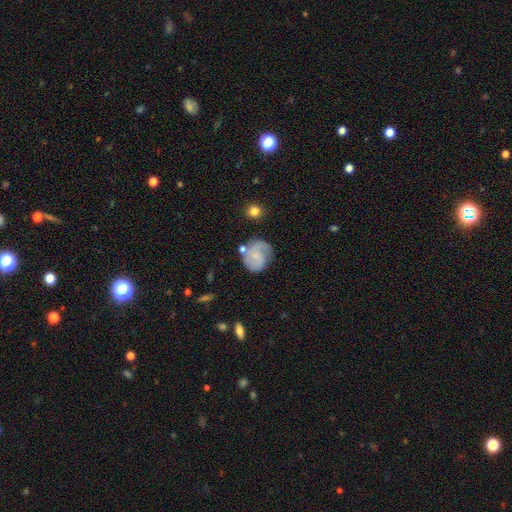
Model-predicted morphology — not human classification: Smooth or featured?
  - featured or disk: 53% *
  - smooth: 40%
  - star or artifact: 8%
Edge-on disk?
  - no: 98% *
  - yes: 2%
Bar?
  - no: 63% *
  - weak: 32%
  - strong: 5%
Spiral arms?
  - yes: 86% *
  - no: 14%
Bulge size?
  - small: 60% *
  - none: 23%
  - moderate: 15%
  - large: 1%
  - dominant: 1%
Merging?
  - none: 58% *
  - minor disturbance: 24%
  - major disturbance: 11%
  - merger: 7%